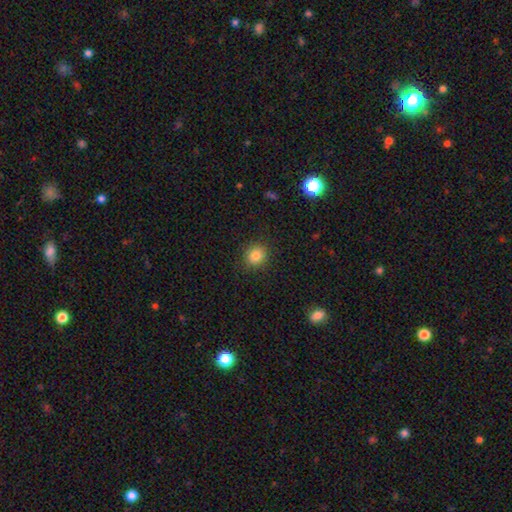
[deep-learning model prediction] Morphology: type=smooth (84%); roundness=round (85%); merging=none (90%).